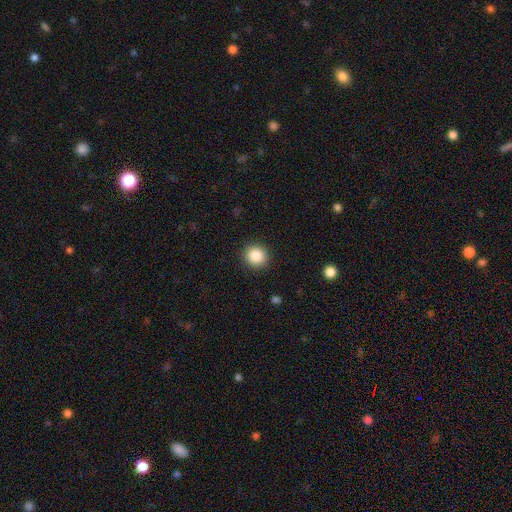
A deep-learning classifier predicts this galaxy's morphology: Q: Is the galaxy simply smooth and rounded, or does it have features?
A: smooth — 86%.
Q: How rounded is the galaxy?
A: round — 90%.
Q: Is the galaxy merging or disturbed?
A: none — 91%.